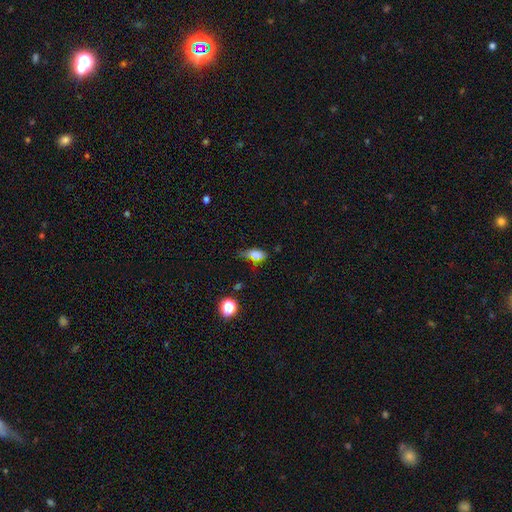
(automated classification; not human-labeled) Q: Smooth or featured?
A: smooth (65%); runner-up: star or artifact (18%)
Q: How rounded?
A: in between (70%); runner-up: cigar-shaped (17%)
Q: Merging?
A: none (39%); runner-up: minor disturbance (26%)